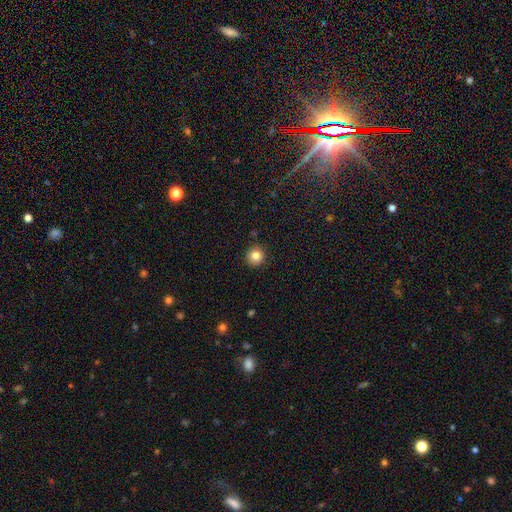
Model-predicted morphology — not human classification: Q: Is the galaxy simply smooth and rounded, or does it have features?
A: smooth — 84%.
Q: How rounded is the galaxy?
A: round — 93%.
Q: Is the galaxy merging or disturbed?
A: none — 91%.